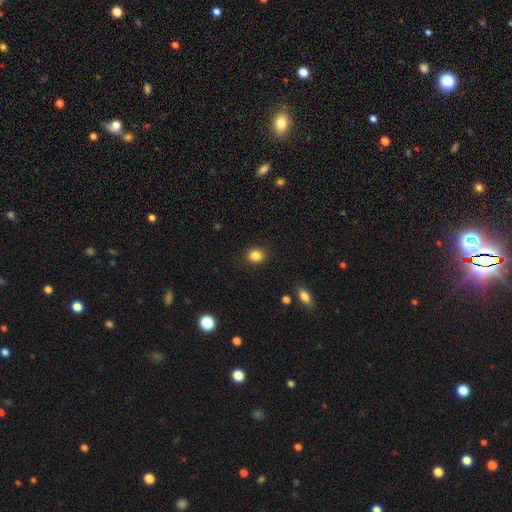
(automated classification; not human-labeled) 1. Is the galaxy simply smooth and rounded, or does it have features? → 85% smooth, 11% star or artifact, 5% featured or disk.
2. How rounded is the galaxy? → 70% round, 29% in between, 1% cigar-shaped.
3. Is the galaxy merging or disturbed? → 90% none, 7% minor disturbance, 2% major disturbance, 1% merger.